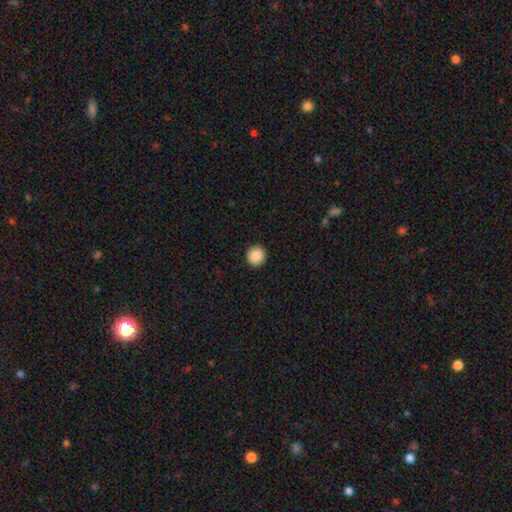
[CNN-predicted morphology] Smooth or featured?
  - smooth: 89% *
  - star or artifact: 8%
  - featured or disk: 3%
How rounded?
  - round: 95% *
  - in between: 4%
  - cigar-shaped: 1%
Merging?
  - none: 93% *
  - minor disturbance: 4%
  - major disturbance: 2%
  - merger: 1%